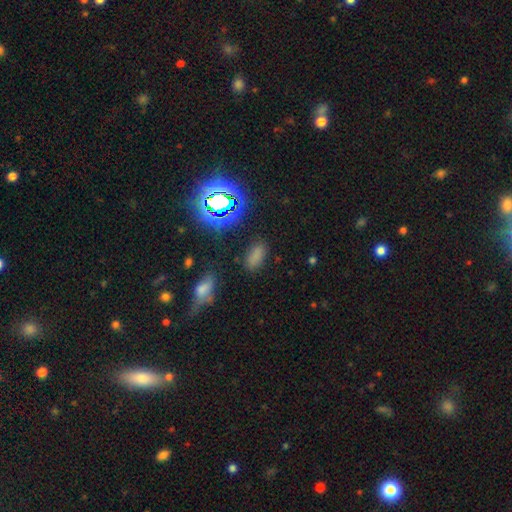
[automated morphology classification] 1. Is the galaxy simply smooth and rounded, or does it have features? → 70% smooth, 23% star or artifact, 7% featured or disk.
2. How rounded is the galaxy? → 88% in between, 7% cigar-shaped, 5% round.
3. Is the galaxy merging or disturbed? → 80% none, 13% minor disturbance, 5% major disturbance, 3% merger.